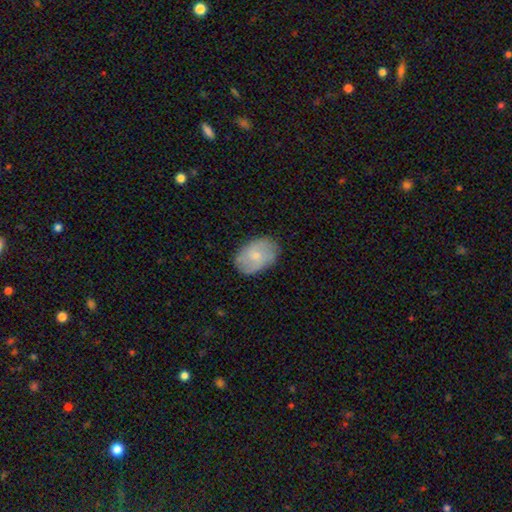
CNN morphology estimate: Q: Smooth or featured?
A: smooth (56%); runner-up: featured or disk (38%)
Q: How rounded?
A: in between (83%); runner-up: round (16%)
Q: Merging?
A: none (77%); runner-up: minor disturbance (18%)